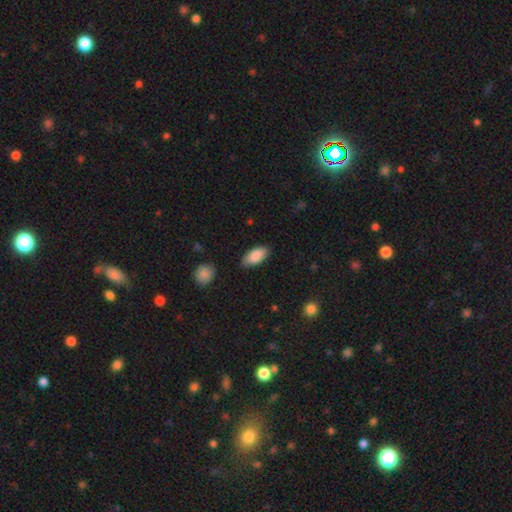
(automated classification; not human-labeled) smooth-or-featured: smooth: 88% | star or artifact: 6% | featured or disk: 6%
  how-rounded: in between: 92% | cigar-shaped: 6% | round: 2%
  merging: none: 79% | minor disturbance: 16% | major disturbance: 3% | merger: 2%